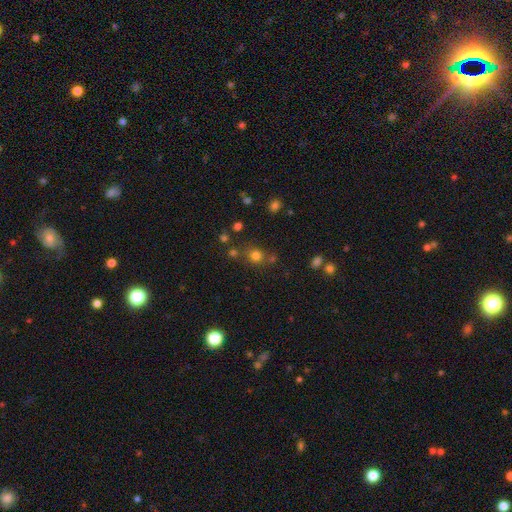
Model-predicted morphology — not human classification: Smooth or featured? Predicted: smooth (p=0.73). How rounded? Predicted: round (p=0.84). Merging? Predicted: none (p=0.72).